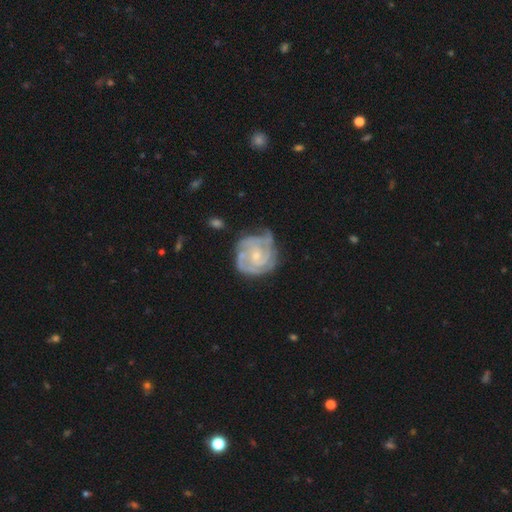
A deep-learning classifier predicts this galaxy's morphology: This is clearly a featured or disk galaxy (87%). It is clearly not viewed edge-on (98%). Bar: likely no (69%). Spiral arm pattern: clearly yes (96%). Spiral arm count: marginally 3 (33%). Spiral winding: likely tight (74%). Central bulge: likely small (67%). Merging: possibly none (56%).